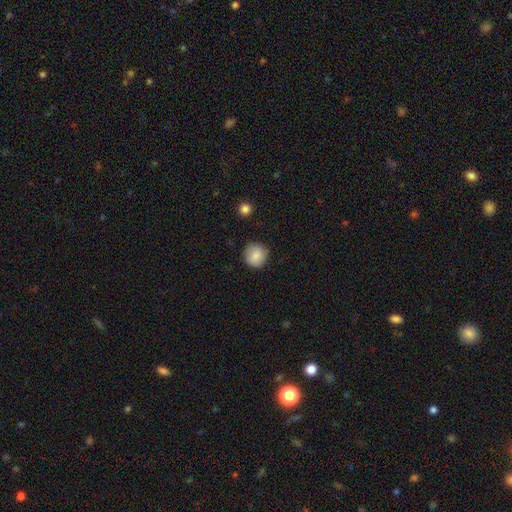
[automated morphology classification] Overall: smooth (86%). How rounded: round (94%). Merging: none (89%).